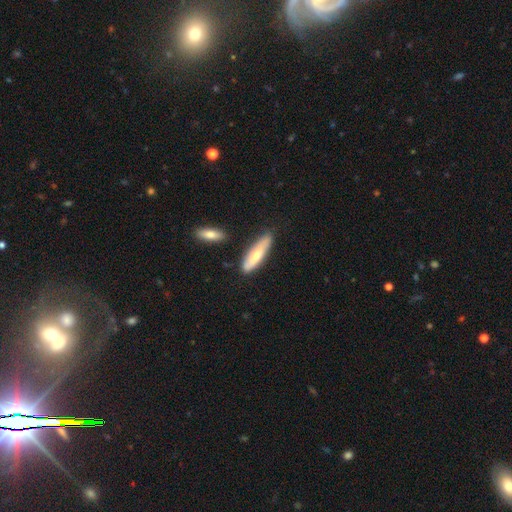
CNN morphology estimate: Q: Smooth or featured?
A: smooth (63%); runner-up: featured or disk (31%)
Q: How rounded?
A: cigar-shaped (66%); runner-up: in between (32%)
Q: Merging?
A: none (72%); runner-up: minor disturbance (19%)